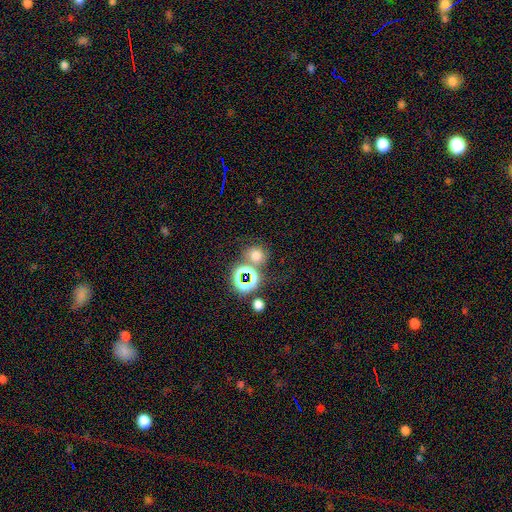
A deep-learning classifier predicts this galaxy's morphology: Smooth or featured? smooth (63%)
How rounded? round (83%)
Merging? none (63%)